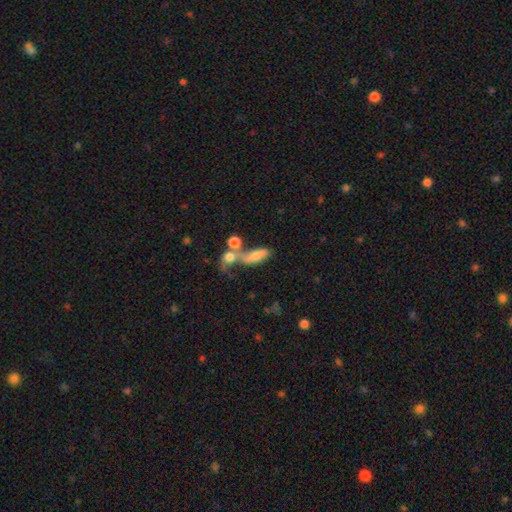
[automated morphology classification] smooth 64%, featured or disk 25%, star or artifact 11%. Down the decision tree: how rounded — in between (63%); merging — merger (56%).